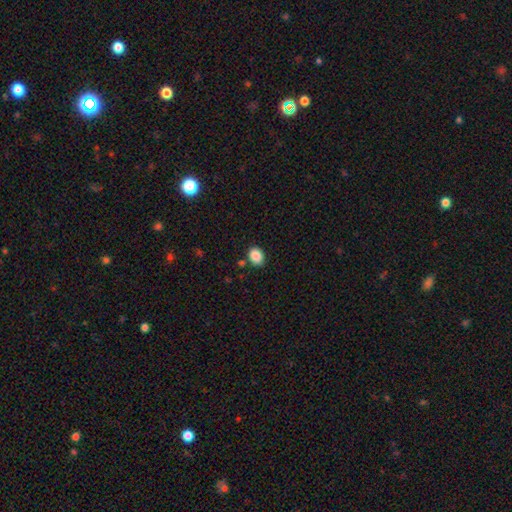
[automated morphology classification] Smooth or featured? smooth (88%)
How rounded? in between (61%)
Merging? none (82%)